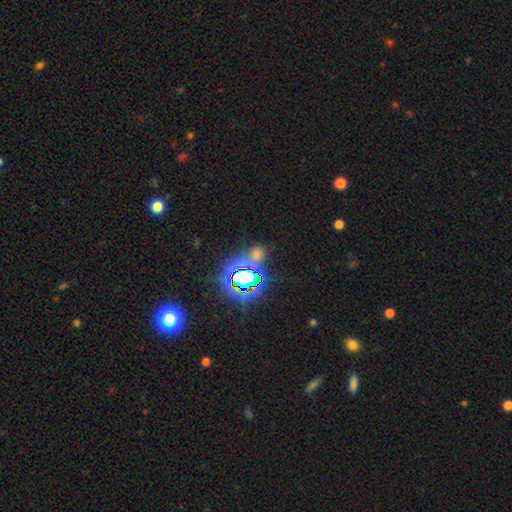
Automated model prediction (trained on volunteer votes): Smooth or featured: star or artifact — 68% (smooth — 24%)